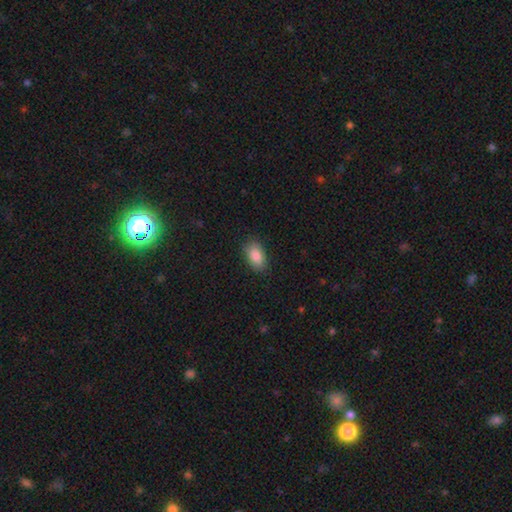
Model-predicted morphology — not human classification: A smooth galaxy with no disk features (88%) that is in between round and cigar-shaped (92%).

Vote fractions:
- Smooth or featured? smooth: 88% / star or artifact: 7% / featured or disk: 5%
- How rounded? in between: 92% / round: 6% / cigar-shaped: 2%
- Merging? none: 85% / minor disturbance: 11% / major disturbance: 3% / merger: 1%